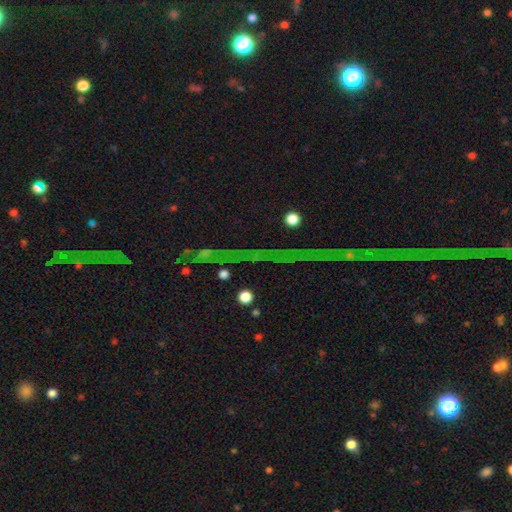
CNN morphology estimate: A star or artifact, not a galaxy (83%).